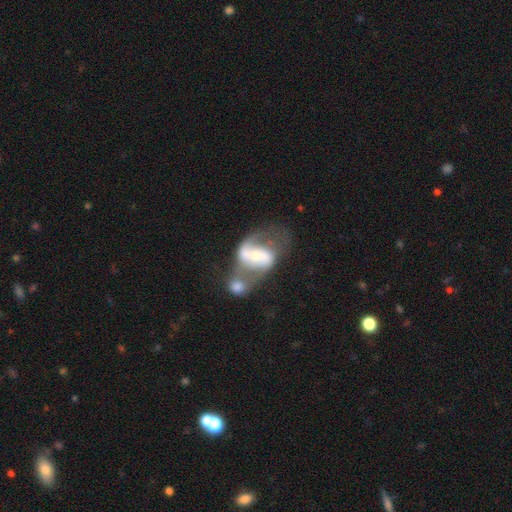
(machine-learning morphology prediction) Smooth or featured?
  - featured or disk: 75% *
  - smooth: 18%
  - star or artifact: 6%
Edge-on disk?
  - no: 96% *
  - yes: 4%
Bar?
  - weak: 34% * (tied)
  - strong: 34% * (tied)
  - no: 33%
Spiral arms?
  - yes: 79% *
  - no: 21%
Spiral winding?
  - loose: 51% *
  - medium: 38%
  - tight: 12%
Spiral arm count?
  - 2: 78% *
  - can't tell: 9%
  - 1: 9%
  - 3: 1%
  - 4: 1%
  - more than 4: 1%
Bulge size?
  - moderate: 52% *
  - small: 36%
  - large: 7%
  - none: 3%
  - dominant: 2%
Merging?
  - merger: 61% *
  - none: 16%
  - major disturbance: 14%
  - minor disturbance: 9%